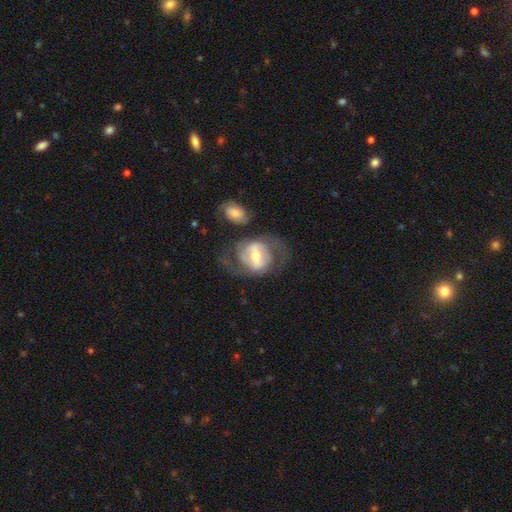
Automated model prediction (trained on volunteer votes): Smooth or featured? Predicted: featured or disk (p=0.75). Edge-on disk? Predicted: no (p=0.95). Bar? Predicted: strong (p=0.52). Spiral arms? Predicted: yes (p=0.78). Spiral winding? Predicted: medium (p=0.47). Spiral arm count? Predicted: 2 (p=0.77). Bulge size? Predicted: moderate (p=0.61). Merging? Predicted: none (p=0.55).